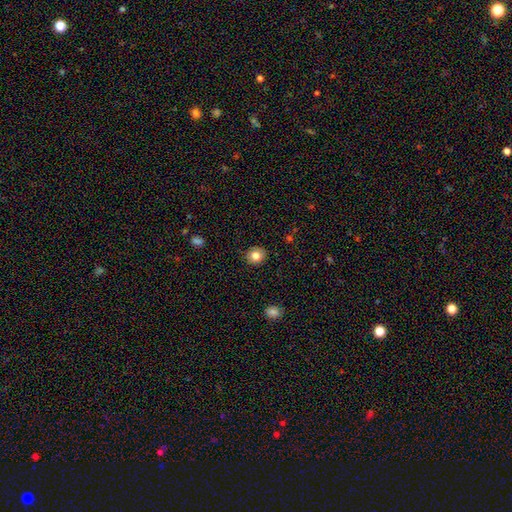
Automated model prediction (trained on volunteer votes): smooth_or_featured: smooth (p=0.81) [alt: star or artifact p=0.10]
how_rounded: round (p=0.77) [alt: in between p=0.22]
merging: none (p=0.90) [alt: minor disturbance p=0.07]